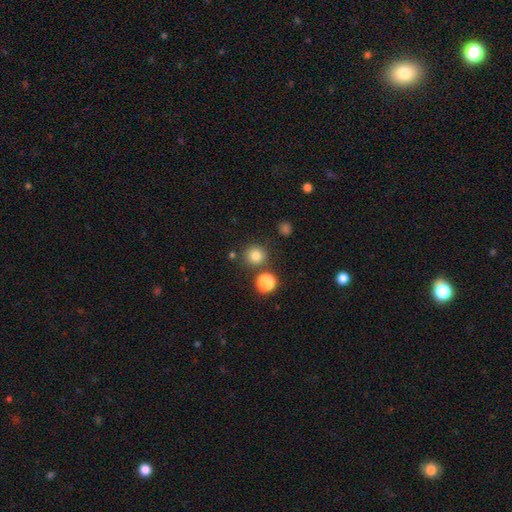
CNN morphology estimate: Overall: smooth (79%). How rounded: round (94%). Merging: none (82%).